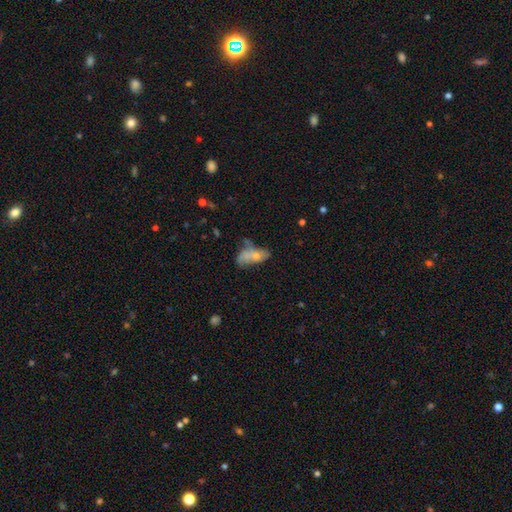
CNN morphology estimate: Overall: smooth (48%; featured or disk 38%). Merging: none (34%; minor disturbance 26%).